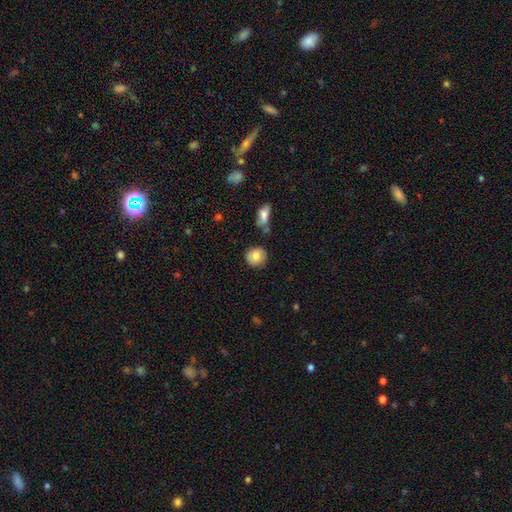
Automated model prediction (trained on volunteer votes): Smooth or featured?
  - smooth: 80% *
  - featured or disk: 13%
  - star or artifact: 8%
How rounded?
  - round: 86% *
  - in between: 13%
  - cigar-shaped: 1%
Merging?
  - none: 81% *
  - minor disturbance: 12%
  - merger: 5%
  - major disturbance: 3%